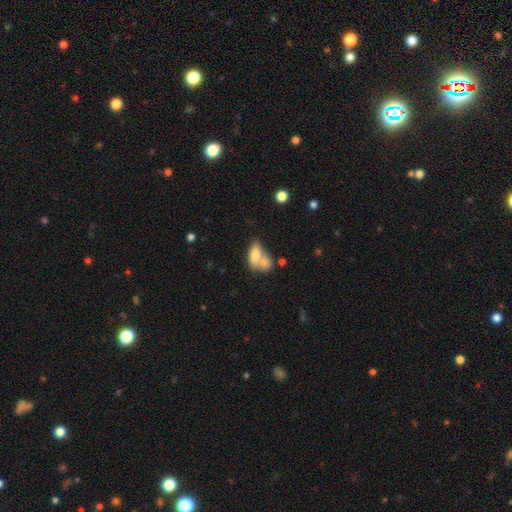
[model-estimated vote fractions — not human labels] smooth-or-featured: smooth: 75% | featured or disk: 17% | star or artifact: 8%
  how-rounded: in between: 86% | round: 9% | cigar-shaped: 5%
  merging: merger: 61% | none: 23% | minor disturbance: 10% | major disturbance: 6%